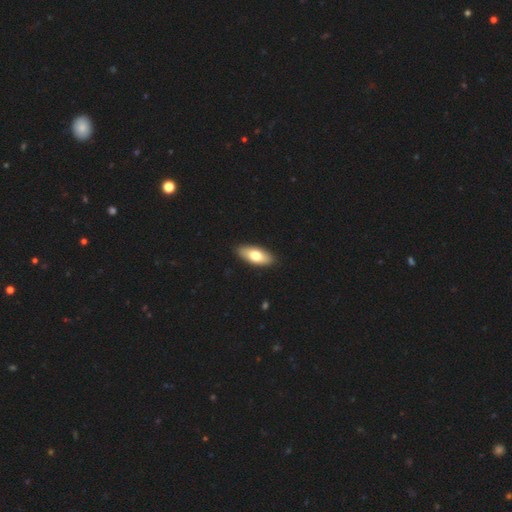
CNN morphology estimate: This is likely a smooth galaxy (72%). How rounded: clearly in between (82%). Merging: clearly none (91%).